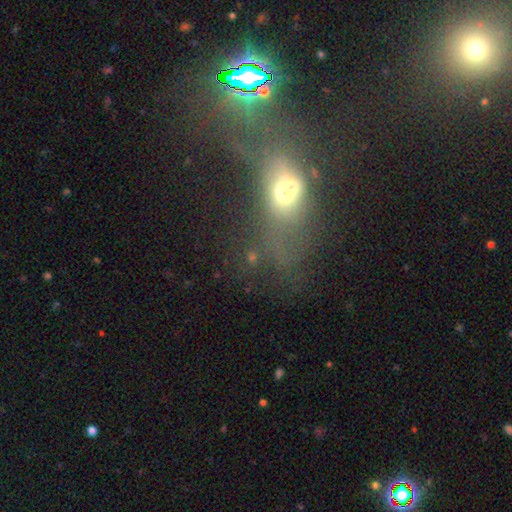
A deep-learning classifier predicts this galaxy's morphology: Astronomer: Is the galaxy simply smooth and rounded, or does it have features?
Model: smooth — 42% (runner-up: featured or disk, 33%).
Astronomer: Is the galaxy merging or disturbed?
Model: merger — 45% (runner-up: major disturbance, 24%).